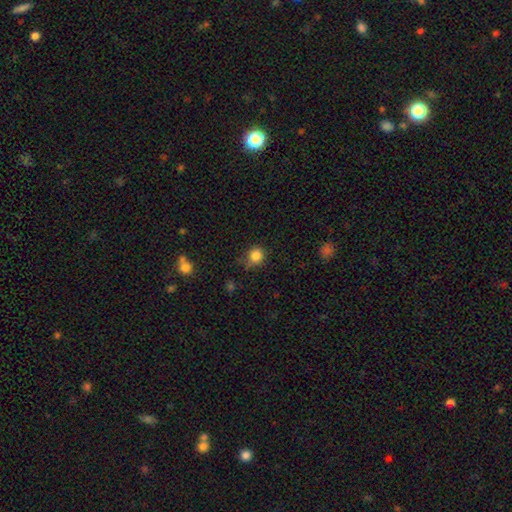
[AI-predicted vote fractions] Smooth or featured? Predicted: smooth (p=0.84). How rounded? Predicted: round (p=0.85). Merging? Predicted: none (p=0.68).